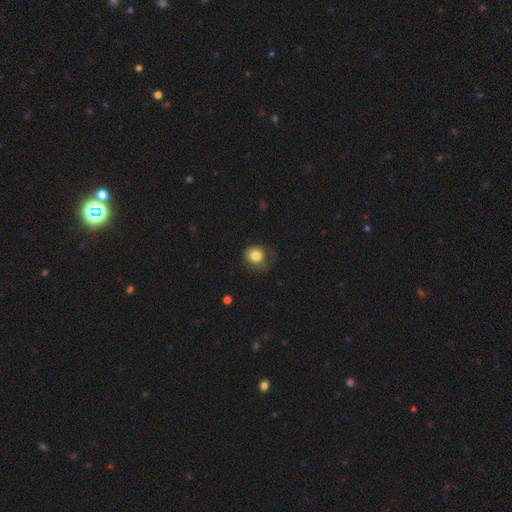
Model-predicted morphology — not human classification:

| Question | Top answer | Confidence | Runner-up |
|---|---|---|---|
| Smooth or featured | smooth | 82% | featured or disk (9%) |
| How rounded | round | 80% | in between (19%) |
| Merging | none | 52% | minor disturbance (29%) |